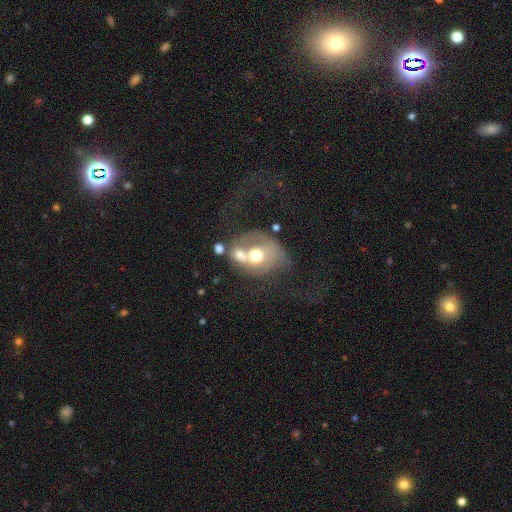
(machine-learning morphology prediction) Q: Smooth or featured?
A: smooth (48%); runner-up: featured or disk (42%)
Q: Merging?
A: merger (52%); runner-up: major disturbance (20%)